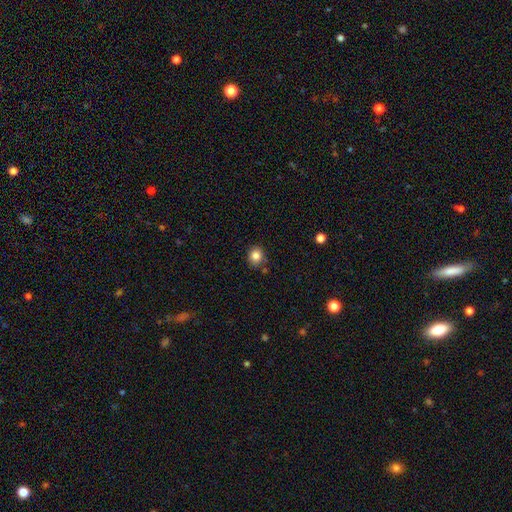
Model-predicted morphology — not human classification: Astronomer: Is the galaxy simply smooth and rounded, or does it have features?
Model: smooth — 83%.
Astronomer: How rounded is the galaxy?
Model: round — 78%.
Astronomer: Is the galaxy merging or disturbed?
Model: none — 81%.